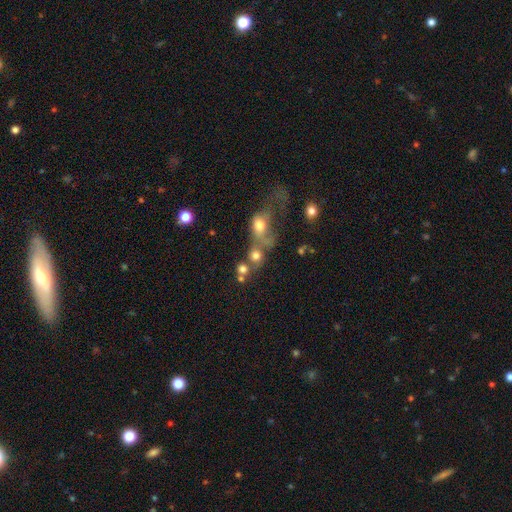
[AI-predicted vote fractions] Smooth or featured? Predicted: smooth (p=0.69). How rounded? Predicted: round (p=0.75). Merging? Predicted: merger (p=0.57).